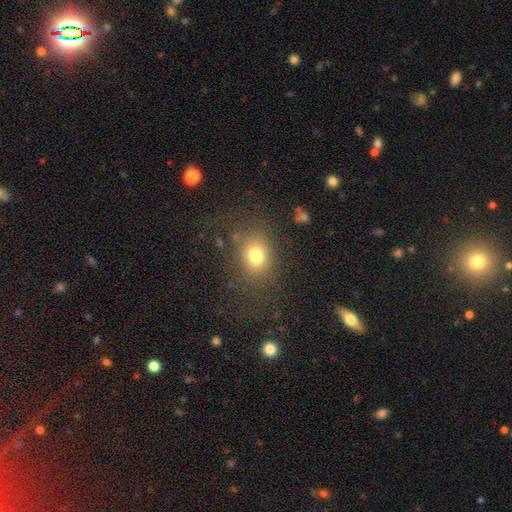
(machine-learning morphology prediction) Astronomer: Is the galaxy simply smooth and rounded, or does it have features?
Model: smooth — 76%.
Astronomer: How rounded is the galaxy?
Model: round — 54% (runner-up: in between, 45%).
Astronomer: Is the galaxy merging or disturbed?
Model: none — 75%.